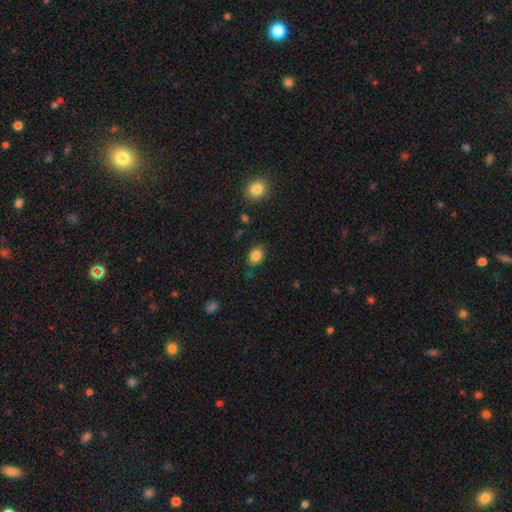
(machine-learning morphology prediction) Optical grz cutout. It shows a smooth galaxy with no disk features (84%) that is in between round and cigar-shaped (71%). Merging: none (80%).